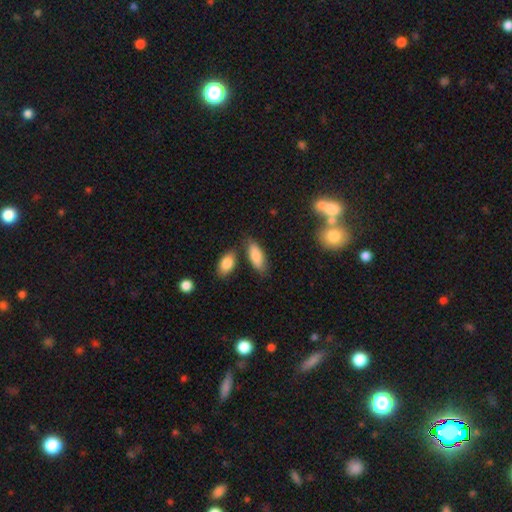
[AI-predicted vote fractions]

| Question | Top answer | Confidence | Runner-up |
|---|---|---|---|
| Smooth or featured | smooth | 84% | featured or disk (10%) |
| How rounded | in between | 80% | cigar-shaped (18%) |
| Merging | none | 70% | minor disturbance (16%) |